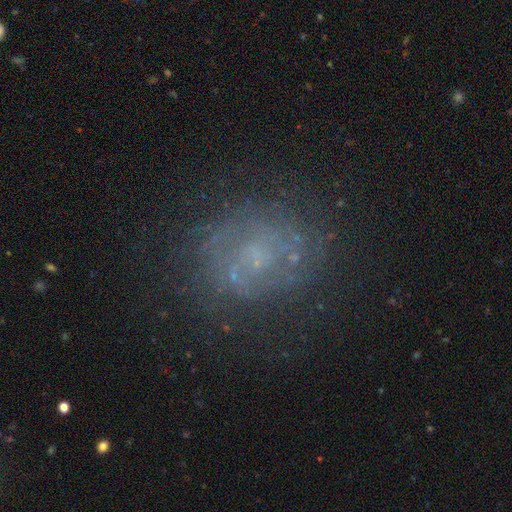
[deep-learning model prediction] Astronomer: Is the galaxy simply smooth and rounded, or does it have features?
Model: featured or disk — 58%.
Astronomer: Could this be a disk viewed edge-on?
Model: no — 98%.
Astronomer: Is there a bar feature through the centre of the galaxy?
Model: no — 82%.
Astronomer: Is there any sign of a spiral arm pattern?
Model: no — 51% (runner-up: yes, 49%).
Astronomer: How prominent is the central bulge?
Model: small — 43% (runner-up: none, 38%).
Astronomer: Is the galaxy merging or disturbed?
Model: none — 71%.